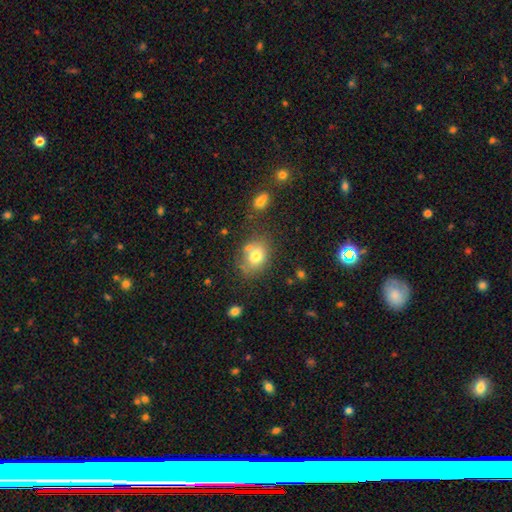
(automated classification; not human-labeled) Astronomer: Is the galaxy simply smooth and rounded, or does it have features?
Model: smooth — 74%.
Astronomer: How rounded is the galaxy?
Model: in between — 53% (runner-up: round, 47%).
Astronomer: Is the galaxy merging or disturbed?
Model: none — 60%.